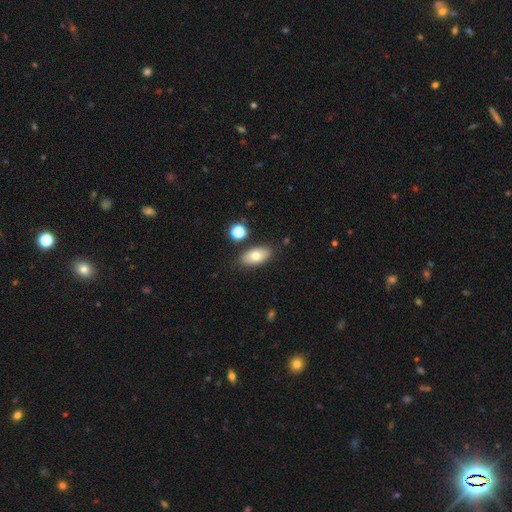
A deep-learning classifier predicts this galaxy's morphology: Smooth or featured?
  - smooth: 76% *
  - featured or disk: 16%
  - star or artifact: 8%
How rounded?
  - in between: 90% *
  - round: 5%
  - cigar-shaped: 5%
Merging?
  - none: 82% *
  - minor disturbance: 11%
  - merger: 5%
  - major disturbance: 3%